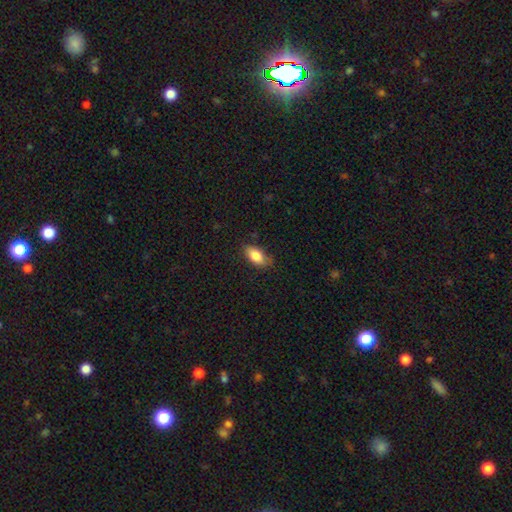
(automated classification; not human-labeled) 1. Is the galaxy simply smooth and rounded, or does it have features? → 83% smooth, 10% featured or disk, 7% star or artifact.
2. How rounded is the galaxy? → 89% in between, 7% cigar-shaped, 4% round.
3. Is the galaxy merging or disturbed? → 79% none, 17% minor disturbance, 3% major disturbance, 1% merger.